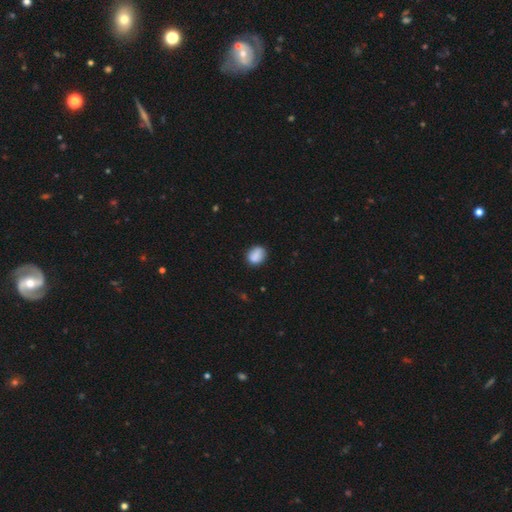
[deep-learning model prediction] This is clearly a smooth galaxy (84%). How rounded: possibly in between (54%). Merging: likely none (76%).